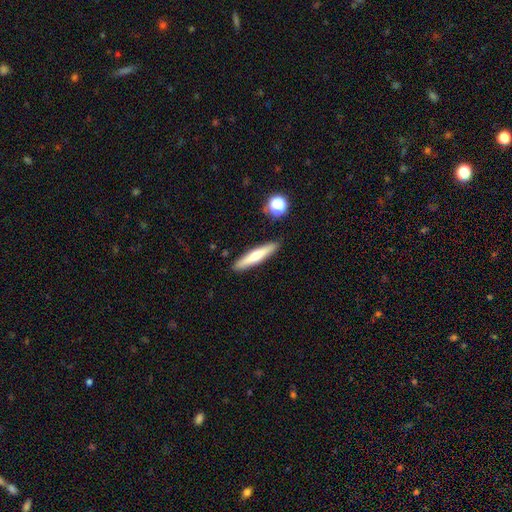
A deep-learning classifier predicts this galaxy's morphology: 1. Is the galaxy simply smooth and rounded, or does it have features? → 57% smooth, 36% featured or disk, 6% star or artifact.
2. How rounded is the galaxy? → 89% cigar-shaped, 9% in between, 2% round.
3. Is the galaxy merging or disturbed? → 89% none, 7% minor disturbance, 2% merger, 2% major disturbance.